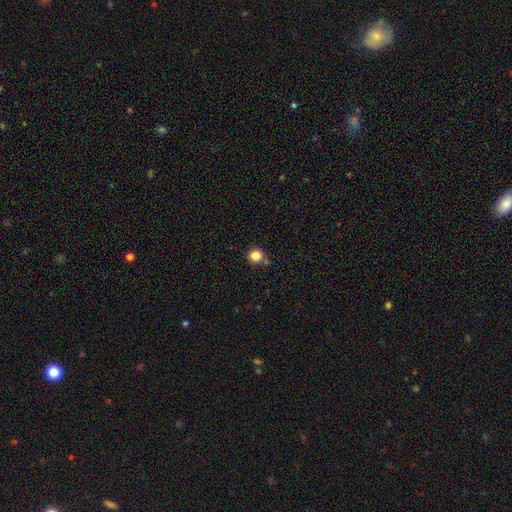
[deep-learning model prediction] A smooth galaxy with no disk features (84%) that is round (92%).

Vote fractions:
- Smooth or featured? smooth: 84% / star or artifact: 12% / featured or disk: 5%
- How rounded? round: 92% / in between: 7% / cigar-shaped: 1%
- Merging? none: 79% / minor disturbance: 10% / merger: 8% / major disturbance: 3%